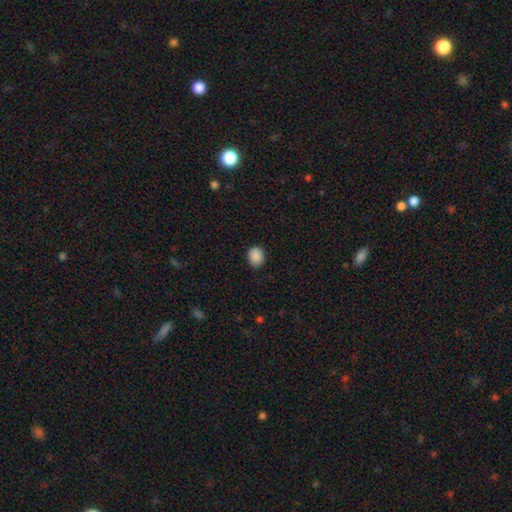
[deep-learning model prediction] smooth_or_featured: smooth (p=0.89) [alt: star or artifact p=0.08]
how_rounded: round (p=0.60) [alt: in between p=0.39]
merging: none (p=0.86) [alt: minor disturbance p=0.11]